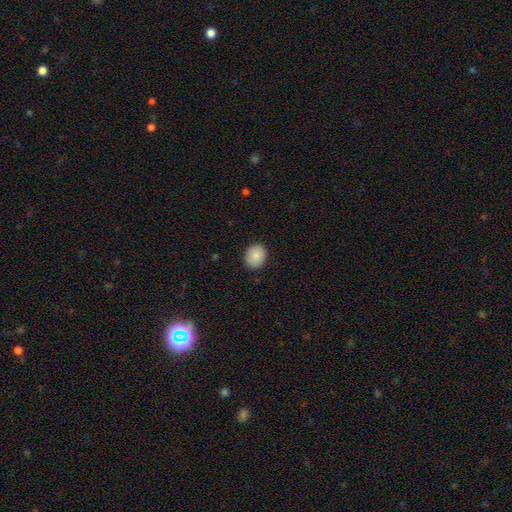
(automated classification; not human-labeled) A smooth galaxy with no disk features (87%) that is round (56%). Merging: none (88%).